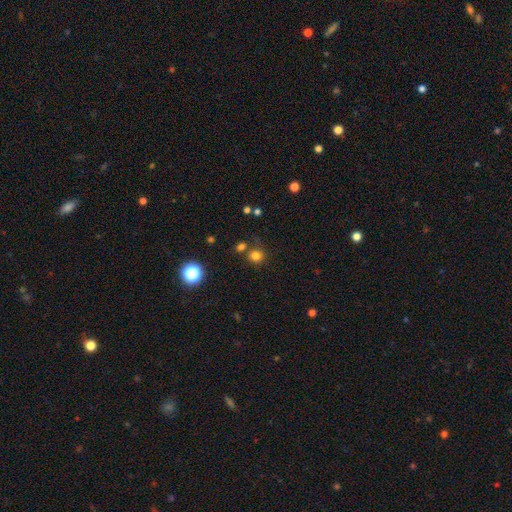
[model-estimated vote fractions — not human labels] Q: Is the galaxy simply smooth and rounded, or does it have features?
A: smooth — 77%.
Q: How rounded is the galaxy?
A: round — 89%.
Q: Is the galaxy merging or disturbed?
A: none — 71%.